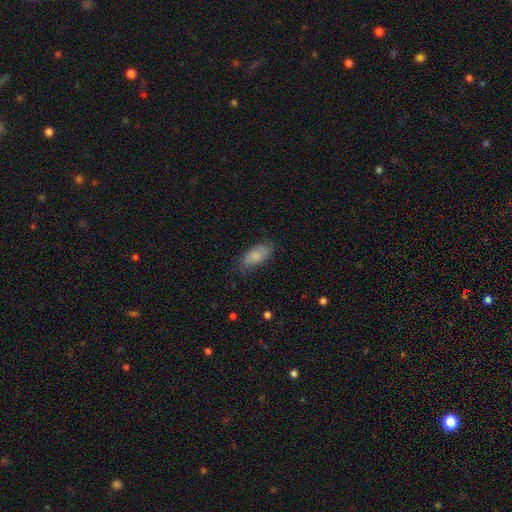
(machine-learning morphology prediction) smooth-or-featured: smooth: 81% | featured or disk: 12% | star or artifact: 7%
  how-rounded: in between: 83% | cigar-shaped: 15% | round: 2%
  merging: none: 74% | minor disturbance: 20% | major disturbance: 5% | merger: 1%